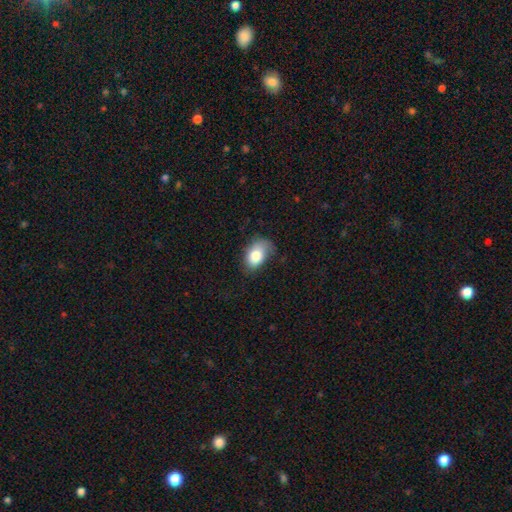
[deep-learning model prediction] A smooth galaxy with no disk features (80%) that is in between round and cigar-shaped (87%). Merging: none (50%).